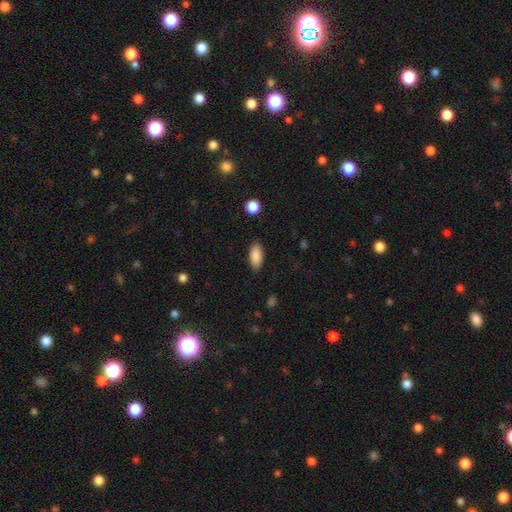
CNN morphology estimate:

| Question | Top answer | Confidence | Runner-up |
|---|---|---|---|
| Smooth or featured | smooth | 88% | star or artifact (7%) |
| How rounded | in between | 90% | cigar-shaped (7%) |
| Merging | none | 87% | minor disturbance (9%) |